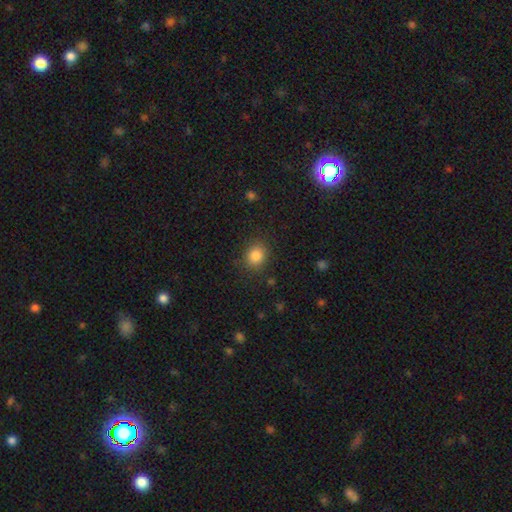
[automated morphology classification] type=smooth (84%); roundness=round (75%); merging=none (86%).